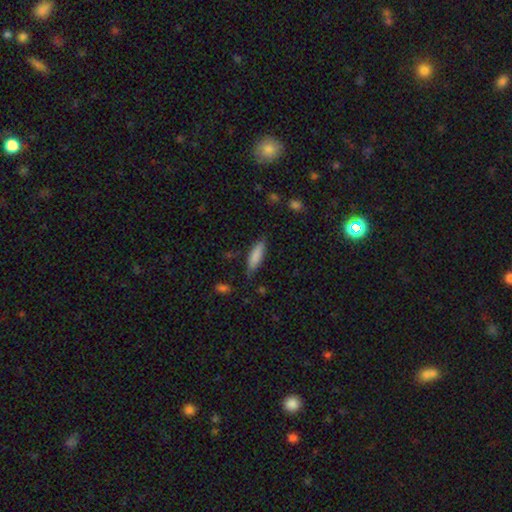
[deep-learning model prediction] This appears to be a smooth galaxy with no disk features (85%) that is cigar-shaped (49%, tied with in between). Merging: none (77%).